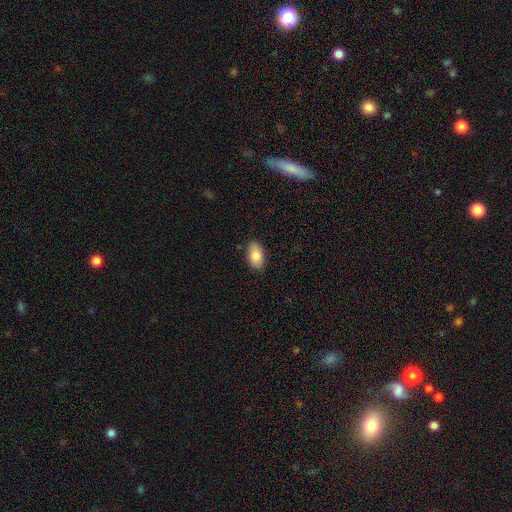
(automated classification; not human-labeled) Overall: smooth (83%). How rounded: in between (93%). Merging: none (85%).